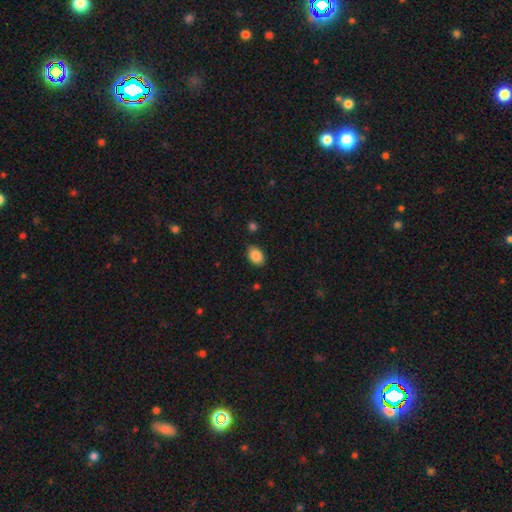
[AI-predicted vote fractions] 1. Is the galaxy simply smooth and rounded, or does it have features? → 87% smooth, 8% star or artifact, 5% featured or disk.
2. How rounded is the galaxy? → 79% in between, 20% round, 1% cigar-shaped.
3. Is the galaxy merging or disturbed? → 83% none, 13% minor disturbance, 2% major disturbance, 2% merger.